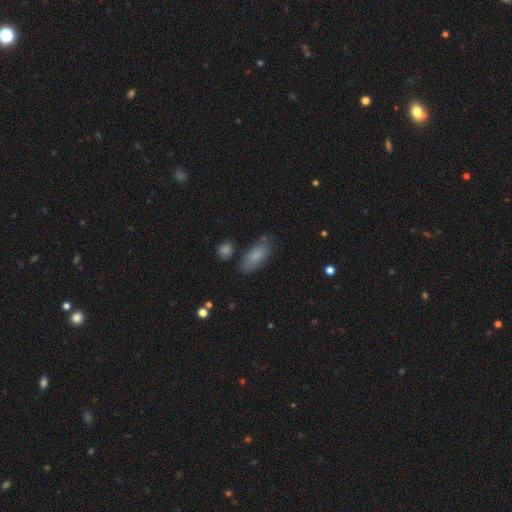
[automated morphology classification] smooth-or-featured: smooth: 83% | featured or disk: 10% | star or artifact: 7%
  how-rounded: in between: 86% | cigar-shaped: 11% | round: 3%
  merging: none: 74% | minor disturbance: 17% | merger: 5% | major disturbance: 4%